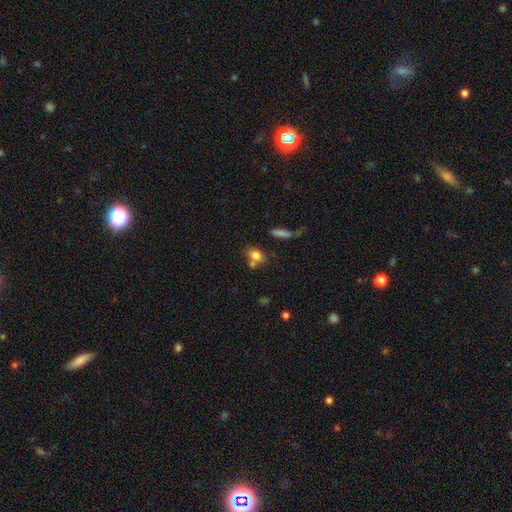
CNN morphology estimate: smooth_or_featured: smooth (p=0.79) [alt: featured or disk p=0.11]
how_rounded: in between (p=0.56) [alt: round p=0.41]
merging: none (p=0.52) [alt: merger p=0.31]